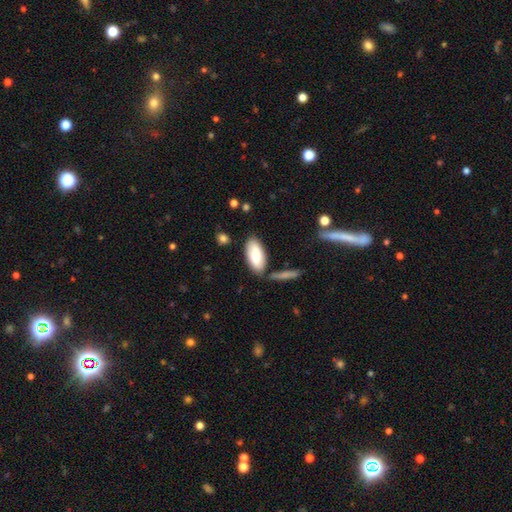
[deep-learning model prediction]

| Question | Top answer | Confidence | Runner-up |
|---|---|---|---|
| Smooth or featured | smooth | 77% | featured or disk (17%) |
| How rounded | in between | 87% | cigar-shaped (12%) |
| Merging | none | 73% | minor disturbance (16%) |